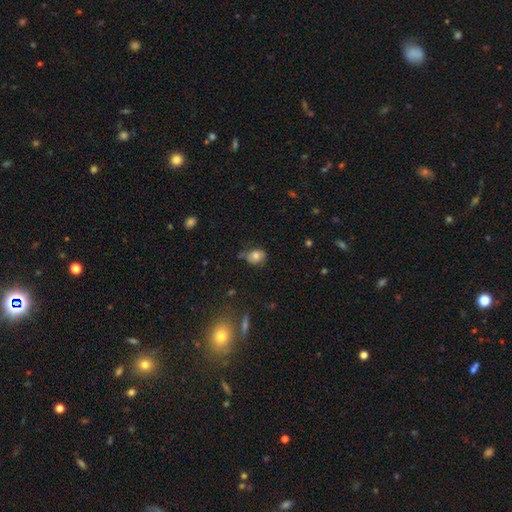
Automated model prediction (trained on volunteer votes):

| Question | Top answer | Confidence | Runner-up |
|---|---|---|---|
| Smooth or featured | smooth | 75% | featured or disk (14%) |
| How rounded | in between | 52% | round (47%) |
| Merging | none | 61% | minor disturbance (28%) |